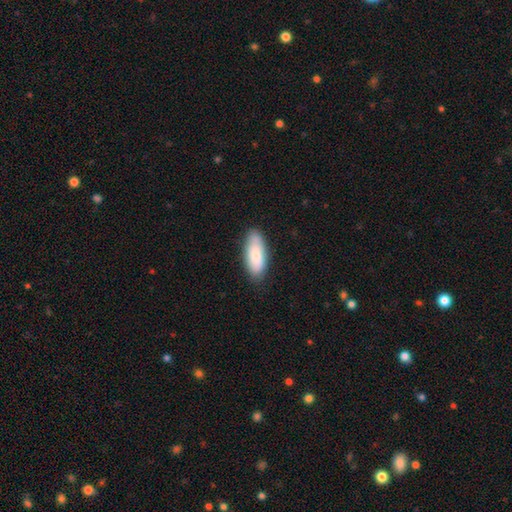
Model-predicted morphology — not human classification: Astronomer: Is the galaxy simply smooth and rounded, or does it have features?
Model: smooth — 81%.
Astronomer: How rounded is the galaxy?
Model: in between — 78%.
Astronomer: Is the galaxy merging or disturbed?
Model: none — 81%.